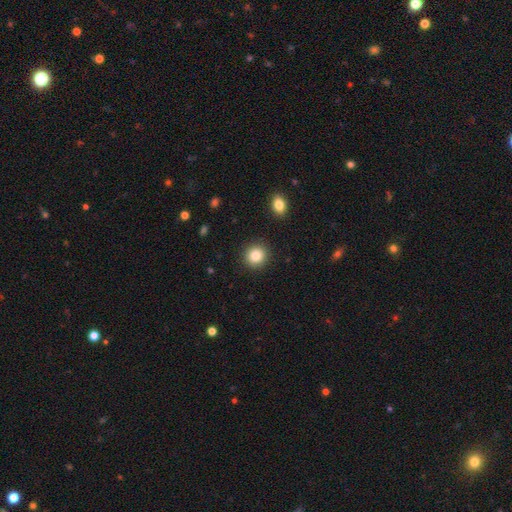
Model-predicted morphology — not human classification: type=smooth (84%); roundness=round (89%); merging=none (91%).